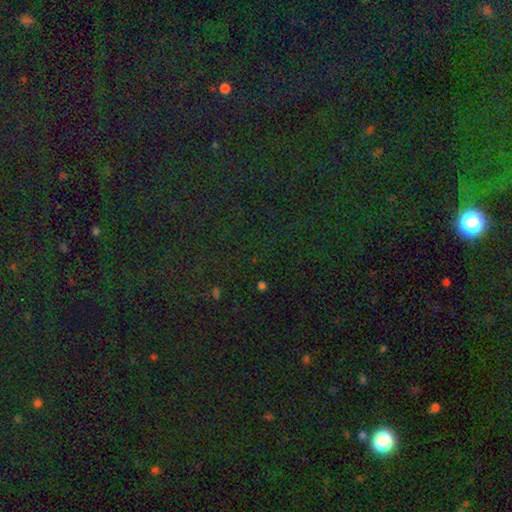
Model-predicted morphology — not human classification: A star or artifact, not a galaxy (81%).

Vote fractions:
- Smooth or featured? star or artifact: 81% / smooth: 12% / featured or disk: 7%